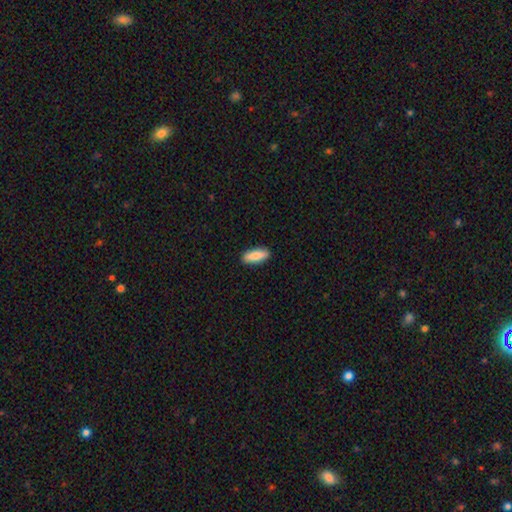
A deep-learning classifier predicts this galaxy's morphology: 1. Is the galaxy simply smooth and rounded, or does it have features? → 83% smooth, 11% featured or disk, 6% star or artifact.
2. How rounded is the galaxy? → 70% in between, 27% cigar-shaped, 2% round.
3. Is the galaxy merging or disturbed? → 90% none, 8% minor disturbance, 2% major disturbance, 1% merger.